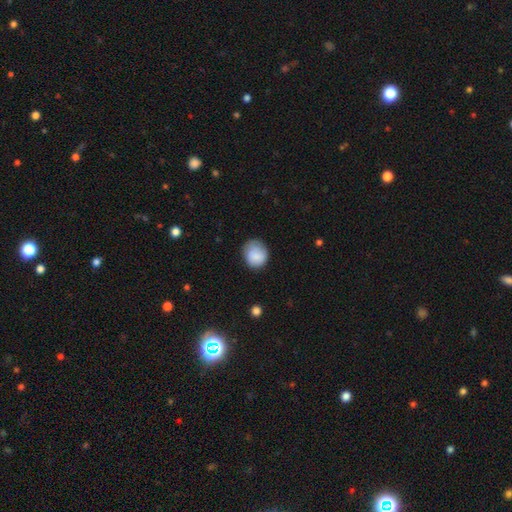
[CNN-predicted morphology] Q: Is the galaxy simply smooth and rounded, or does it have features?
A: smooth — 85%.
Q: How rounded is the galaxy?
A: round — 75%.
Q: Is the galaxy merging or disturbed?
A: none — 69%.